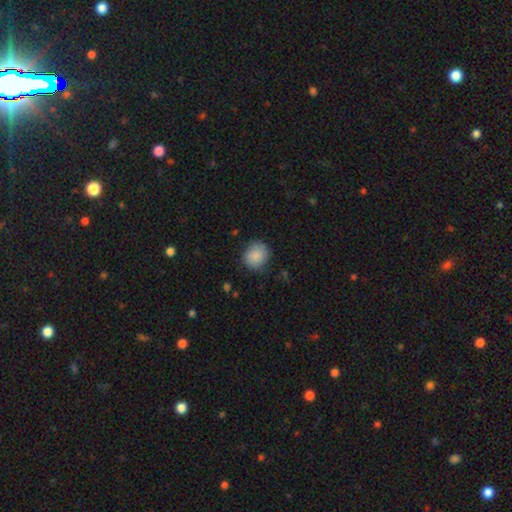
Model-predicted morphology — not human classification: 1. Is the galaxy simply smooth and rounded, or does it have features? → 87% smooth, 7% star or artifact, 5% featured or disk.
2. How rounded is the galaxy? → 81% round, 19% in between, 1% cigar-shaped.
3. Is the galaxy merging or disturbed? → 79% none, 16% minor disturbance, 4% major disturbance, 1% merger.